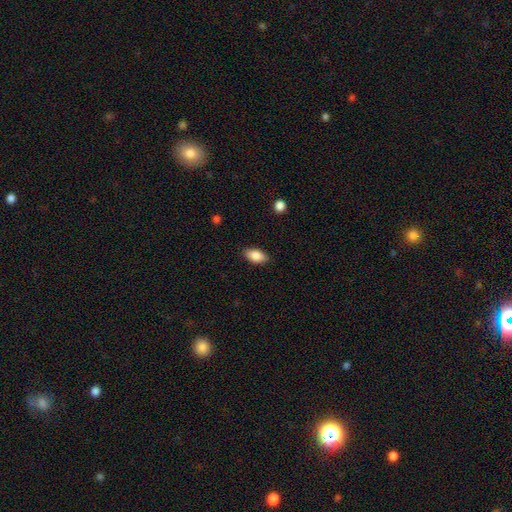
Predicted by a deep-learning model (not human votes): A smooth galaxy with no disk features (87%) that is in between round and cigar-shaped (92%).

Vote fractions:
- Smooth or featured? smooth: 87% / star or artifact: 7% / featured or disk: 6%
- How rounded? in between: 92% / round: 4% / cigar-shaped: 4%
- Merging? none: 86% / minor disturbance: 10% / major disturbance: 2% / merger: 1%